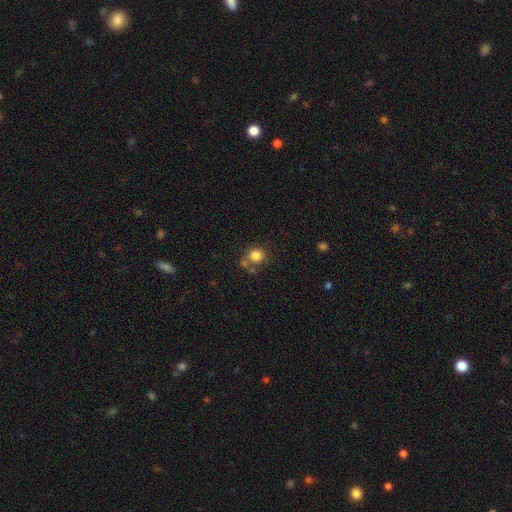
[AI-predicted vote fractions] A smooth galaxy with no disk features (82%) that is round (86%). Merging: none (66%).